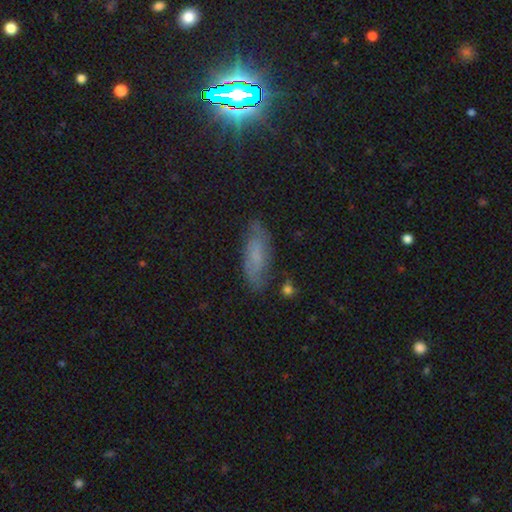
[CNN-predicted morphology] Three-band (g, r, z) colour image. It shows a smooth galaxy with no disk features (45%). Merging: none (73%).